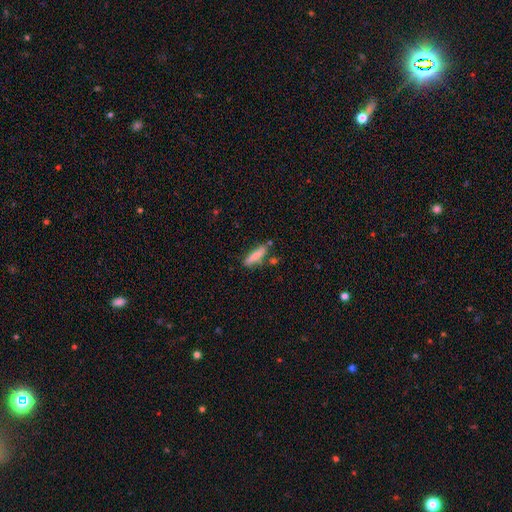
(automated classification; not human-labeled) smooth 72%, featured or disk 21%, star or artifact 7%. Down the decision tree: how rounded — cigar-shaped (70%); merging — none (70%).